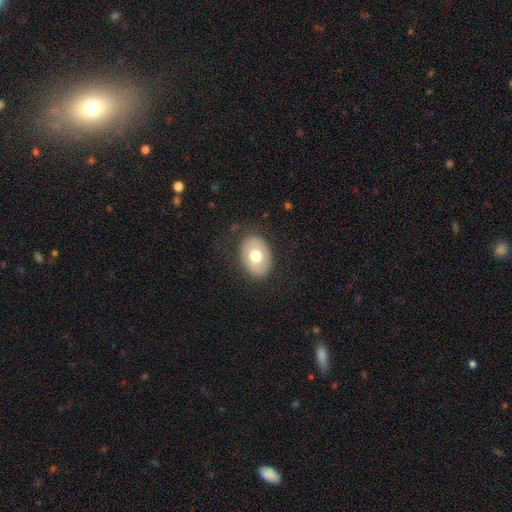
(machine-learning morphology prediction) Smooth or featured? smooth (63%)
How rounded? in between (77%)
Merging? none (83%)